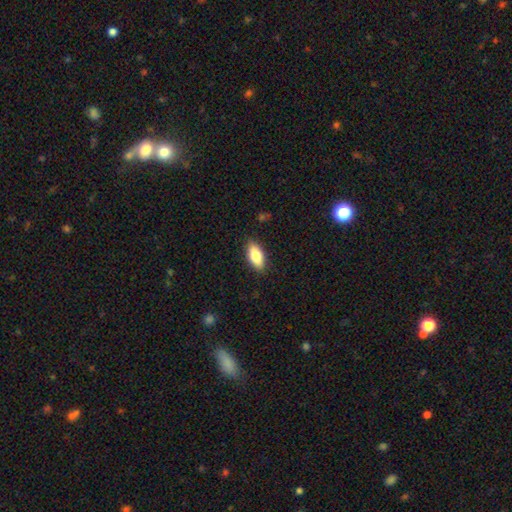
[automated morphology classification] Overall: smooth (77%). How rounded: in between (84%). Merging: none (87%).